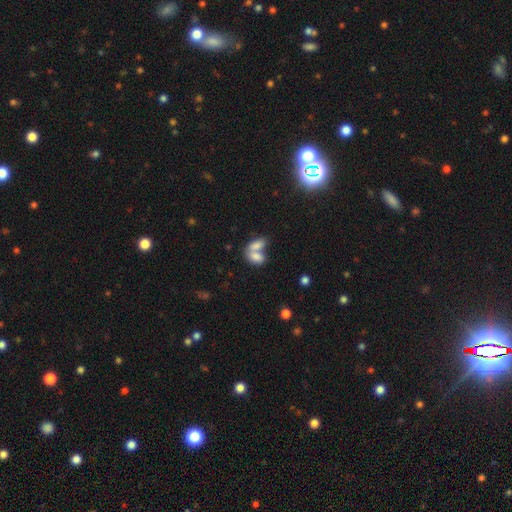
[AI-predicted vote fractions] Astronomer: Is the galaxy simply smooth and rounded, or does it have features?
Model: smooth — 78%.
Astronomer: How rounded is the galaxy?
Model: in between — 88%.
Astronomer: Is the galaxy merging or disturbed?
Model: merger — 70%.